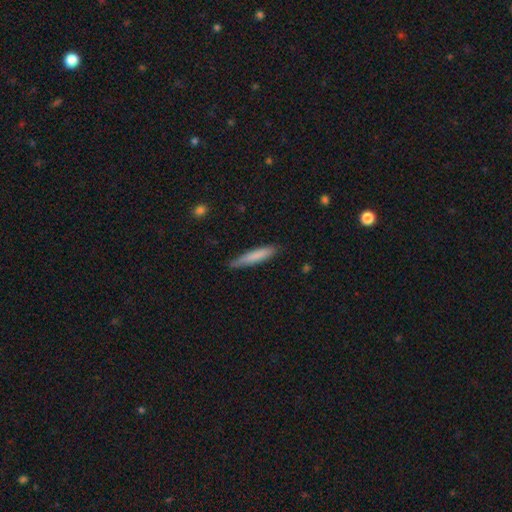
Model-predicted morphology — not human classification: Smooth or featured?
  - smooth: 78% *
  - featured or disk: 16%
  - star or artifact: 6%
How rounded?
  - cigar-shaped: 89% *
  - in between: 10%
  - round: 1%
Merging?
  - none: 78% *
  - minor disturbance: 18%
  - major disturbance: 3%
  - merger: 1%